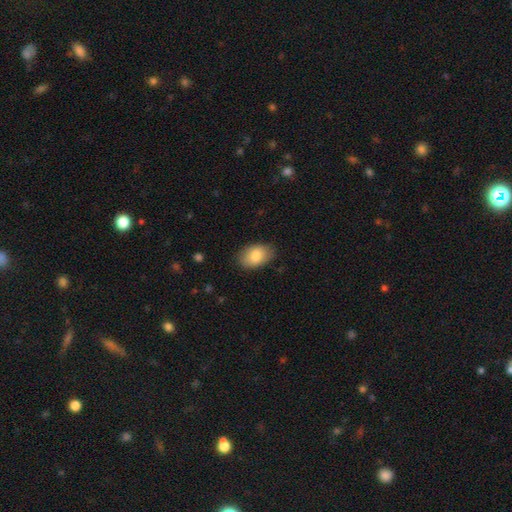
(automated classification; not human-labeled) Morphology: type=smooth (85%); roundness=in between (89%); merging=none (82%).